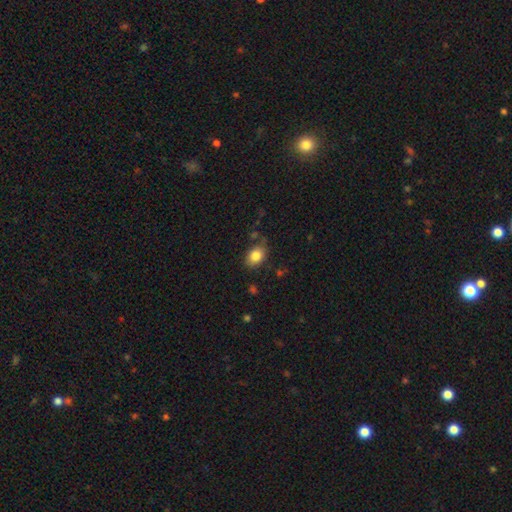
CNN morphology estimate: Smooth or featured?
  - smooth: 83% *
  - star or artifact: 9%
  - featured or disk: 8%
How rounded?
  - in between: 71% *
  - round: 28%
  - cigar-shaped: 1%
Merging?
  - none: 76% *
  - minor disturbance: 17%
  - major disturbance: 4%
  - merger: 3%